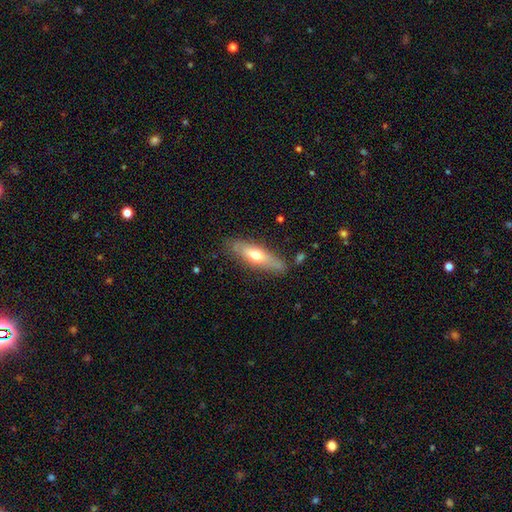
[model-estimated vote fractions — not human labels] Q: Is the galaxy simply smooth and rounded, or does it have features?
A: smooth — 54%.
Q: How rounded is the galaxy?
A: cigar-shaped — 59%.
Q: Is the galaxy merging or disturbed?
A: none — 80%.